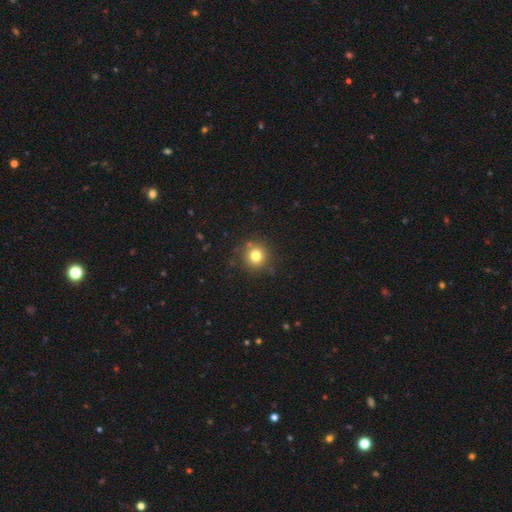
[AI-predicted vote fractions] smooth-or-featured: smooth: 78% | star or artifact: 14% | featured or disk: 8%
  how-rounded: round: 94% | in between: 5% | cigar-shaped: 1%
  merging: none: 86% | minor disturbance: 8% | merger: 3% | major disturbance: 3%